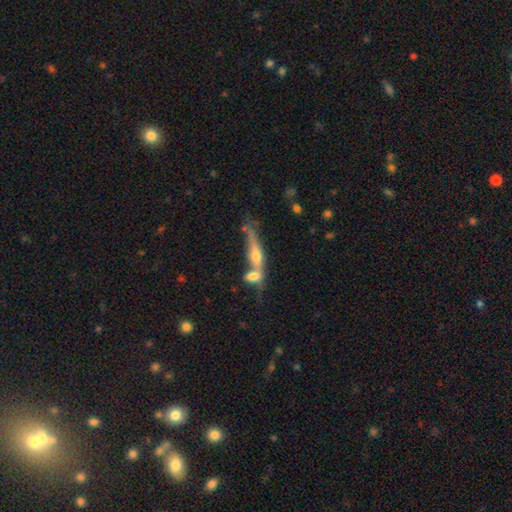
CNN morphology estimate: smooth-or-featured: featured or disk: 56% | smooth: 35% | star or artifact: 9%
  disk-edge-on: yes: 83% | no: 17%
  merging: merger: 53% | none: 30% | minor disturbance: 10% | major disturbance: 6%